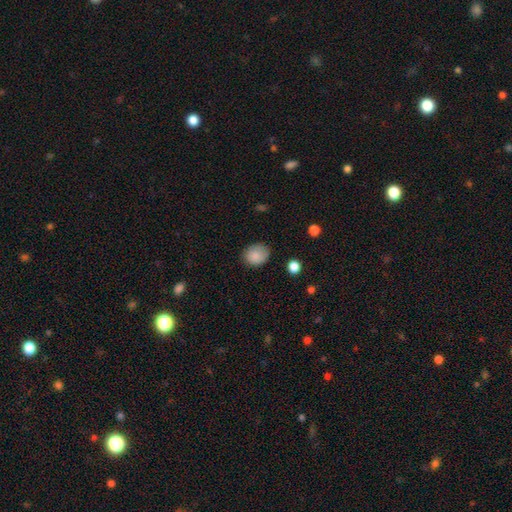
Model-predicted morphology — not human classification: smooth 87%, star or artifact 9%, featured or disk 5%. Down the decision tree: how rounded — round (55%); merging — none (77%).